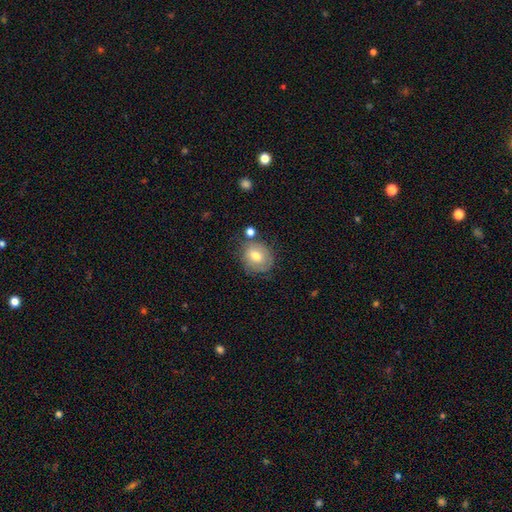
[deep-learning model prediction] The model was most divided on "how rounded": round: 67%, in between: 32%, cigar-shaped: 1%. More confident: merging — none (64%); smooth or featured — smooth (64%).